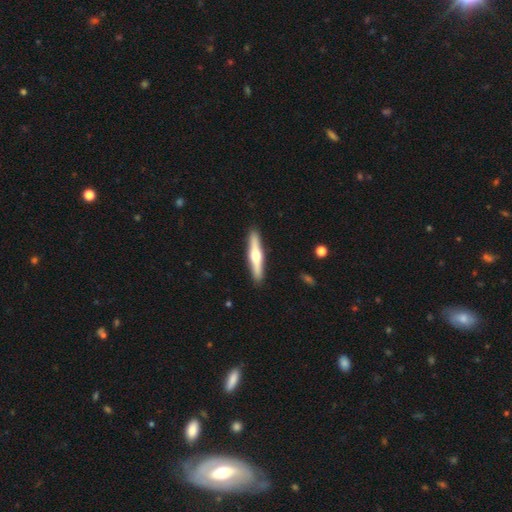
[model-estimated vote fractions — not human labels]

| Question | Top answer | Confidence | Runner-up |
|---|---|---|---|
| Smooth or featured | featured or disk | 58% | smooth (37%) |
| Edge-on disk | yes | 96% | no (4%) |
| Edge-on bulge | rounded | 91% | none (5%) |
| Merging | none | 91% | minor disturbance (6%) |